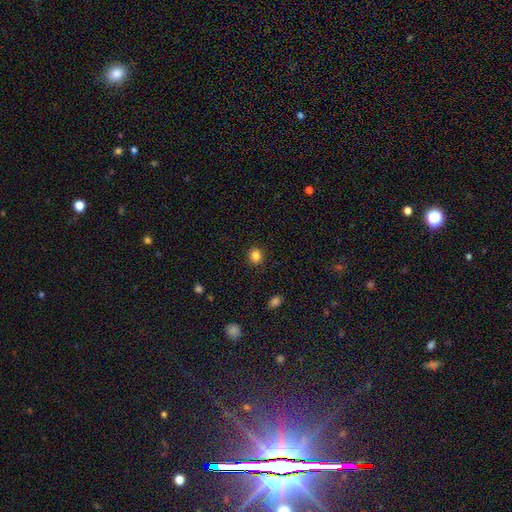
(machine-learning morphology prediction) The model was most divided on "how rounded": round: 85%, in between: 15%, cigar-shaped: 1%. More confident: merging — none (91%); smooth or featured — smooth (84%).